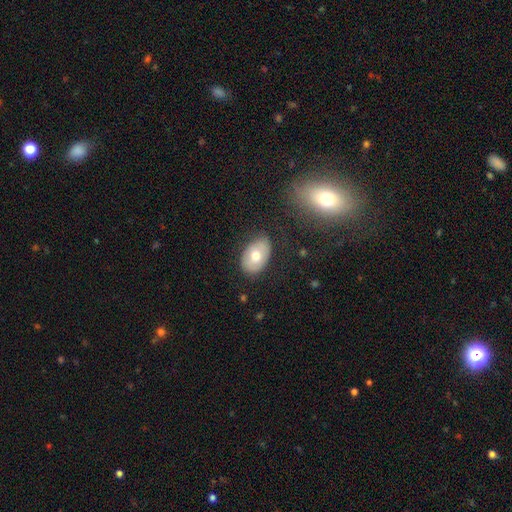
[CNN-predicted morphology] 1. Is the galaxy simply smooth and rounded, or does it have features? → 63% smooth, 30% featured or disk, 7% star or artifact.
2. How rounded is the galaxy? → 84% in between, 15% round, 1% cigar-shaped.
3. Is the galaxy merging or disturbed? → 78% none, 16% minor disturbance, 4% major disturbance, 1% merger.